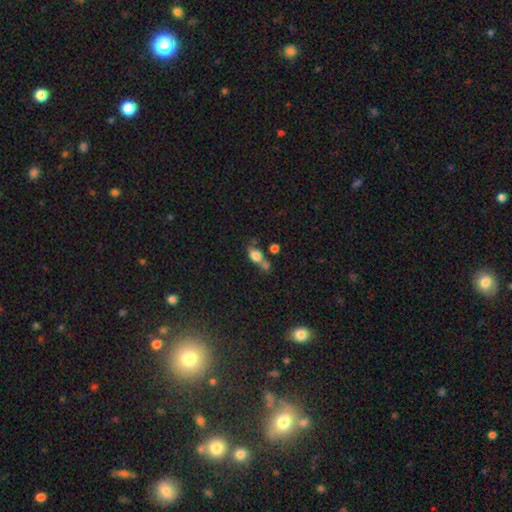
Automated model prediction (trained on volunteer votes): A smooth galaxy with no disk features (73%) that is in between round and cigar-shaped (68%). Merging: merger (41%).